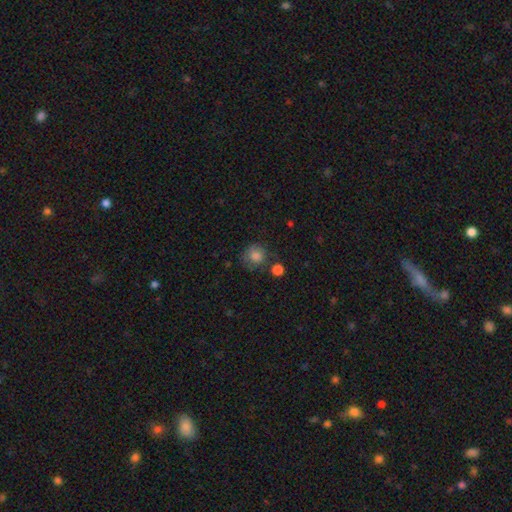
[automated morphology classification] A smooth galaxy with no disk features (81%) that is round (86%).

Vote fractions:
- Smooth or featured? smooth: 81% / star or artifact: 10% / featured or disk: 9%
- How rounded? round: 86% / in between: 13% / cigar-shaped: 1%
- Merging? none: 63% / minor disturbance: 20% / major disturbance: 9% / merger: 8%